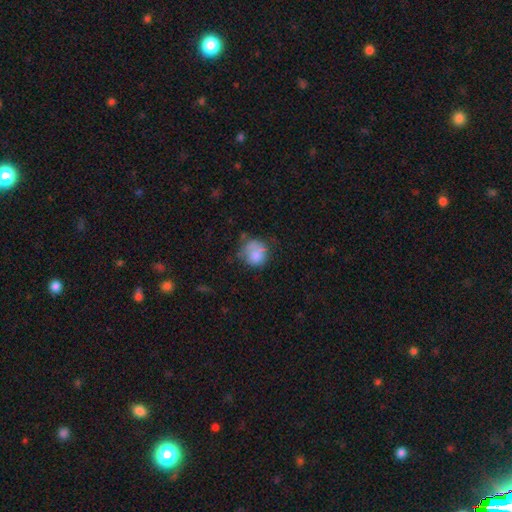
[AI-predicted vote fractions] The model was most divided on "merging": none: 41%, minor disturbance: 29%, major disturbance: 19%, merger: 11%. More confident: how rounded — round (77%); smooth or featured — smooth (72%).